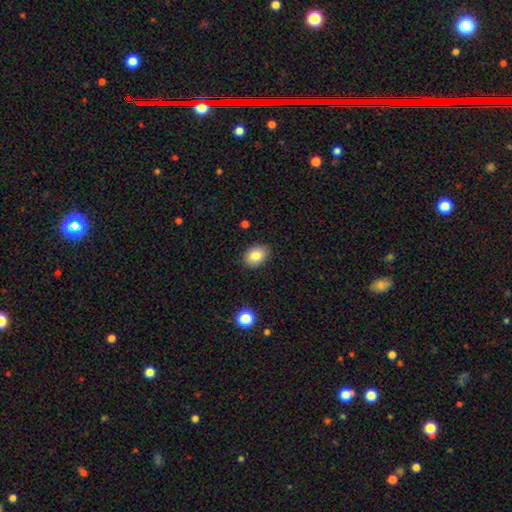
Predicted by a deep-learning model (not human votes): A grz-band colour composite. It shows a smooth galaxy with no disk features (83%) that is in between round and cigar-shaped (72%). Merging: none (87%).